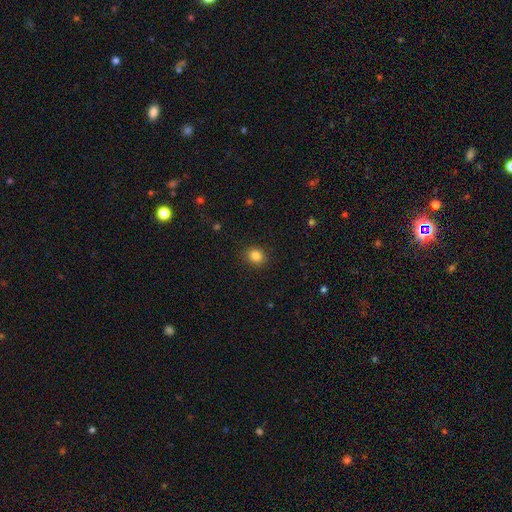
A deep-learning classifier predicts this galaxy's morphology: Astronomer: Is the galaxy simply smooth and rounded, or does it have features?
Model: smooth — 84%.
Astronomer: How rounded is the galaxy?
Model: round — 74%.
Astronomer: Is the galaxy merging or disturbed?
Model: none — 90%.